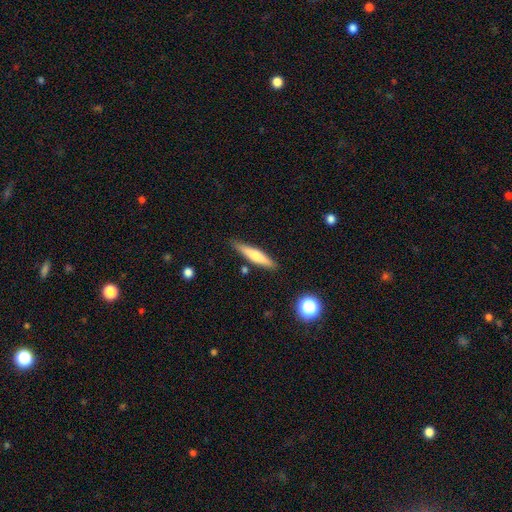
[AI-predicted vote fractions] smooth 59%, featured or disk 34%, star or artifact 7%. Down the decision tree: how rounded — cigar-shaped (86%); merging — none (83%).